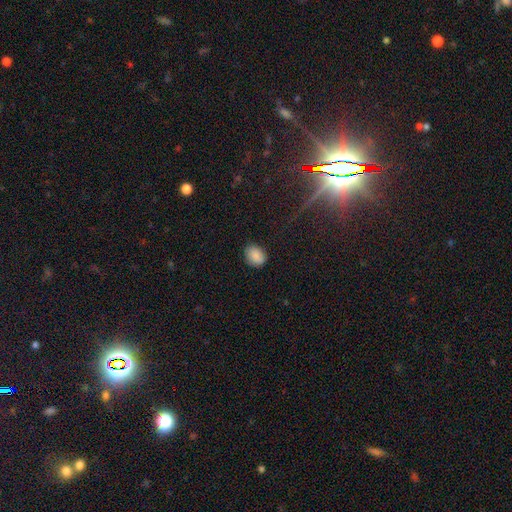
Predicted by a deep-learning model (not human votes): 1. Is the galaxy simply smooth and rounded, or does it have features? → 87% smooth, 8% star or artifact, 5% featured or disk.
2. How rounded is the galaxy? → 62% in between, 37% round, 1% cigar-shaped.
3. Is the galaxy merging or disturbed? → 82% none, 14% minor disturbance, 3% major disturbance, 1% merger.